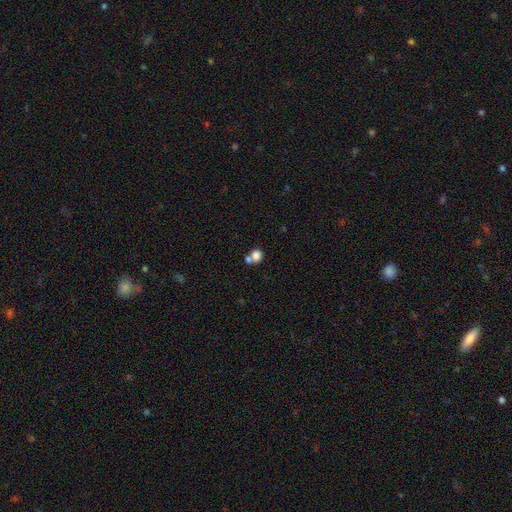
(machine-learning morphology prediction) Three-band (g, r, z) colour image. It shows a smooth galaxy with no disk features (80%) that is round (70%). Merging: merger (45%).